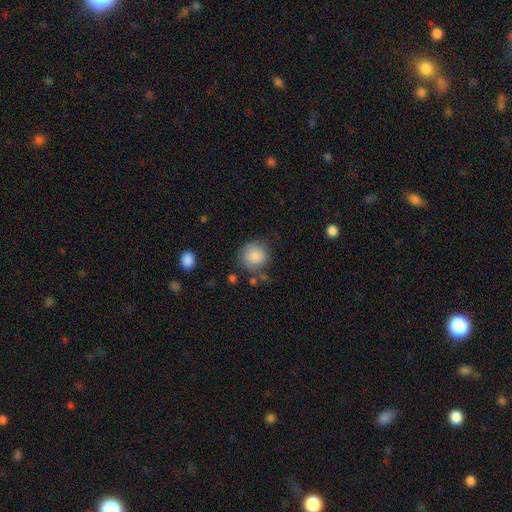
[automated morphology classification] This appears to be a smooth galaxy with no disk features (86%) that is round (91%). Merging: none (72%).